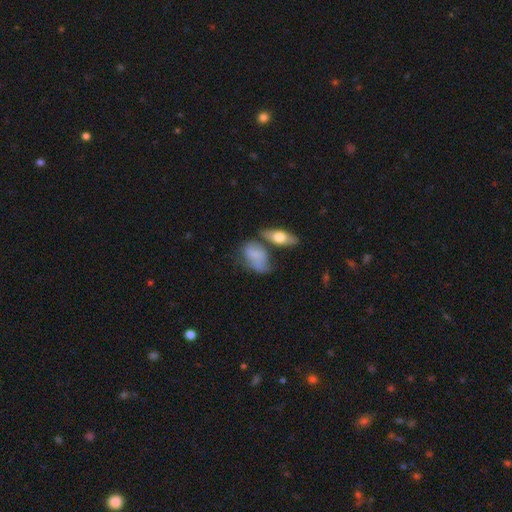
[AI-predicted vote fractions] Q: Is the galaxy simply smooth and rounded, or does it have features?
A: smooth — 66%.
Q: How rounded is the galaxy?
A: in between — 85%.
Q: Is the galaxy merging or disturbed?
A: none — 37%.